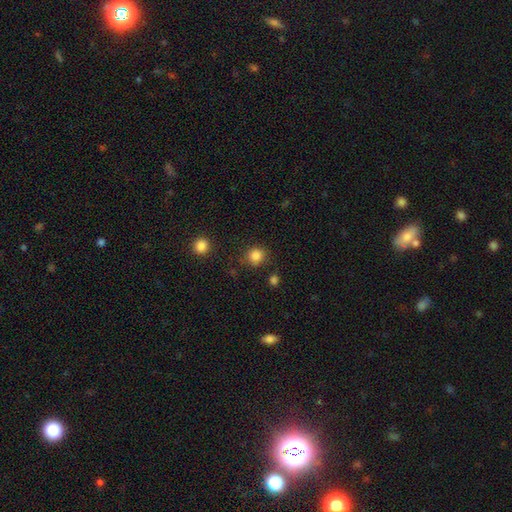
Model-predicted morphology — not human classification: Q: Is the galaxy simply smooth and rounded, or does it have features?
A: smooth — 85%.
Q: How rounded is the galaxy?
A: round — 88%.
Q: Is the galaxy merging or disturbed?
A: none — 82%.